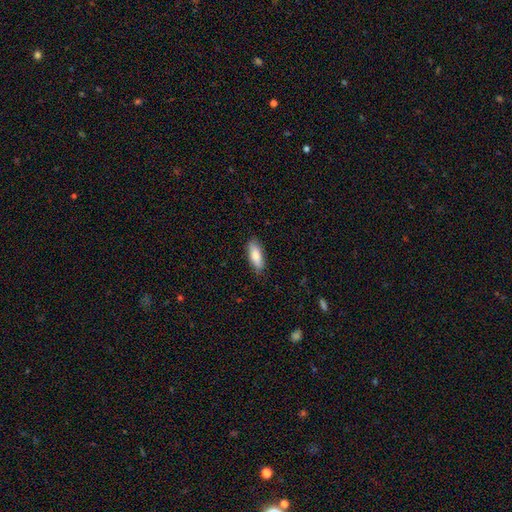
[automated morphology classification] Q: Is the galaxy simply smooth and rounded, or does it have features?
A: smooth — 81%.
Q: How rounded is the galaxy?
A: in between — 70%.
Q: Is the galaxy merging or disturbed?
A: none — 84%.